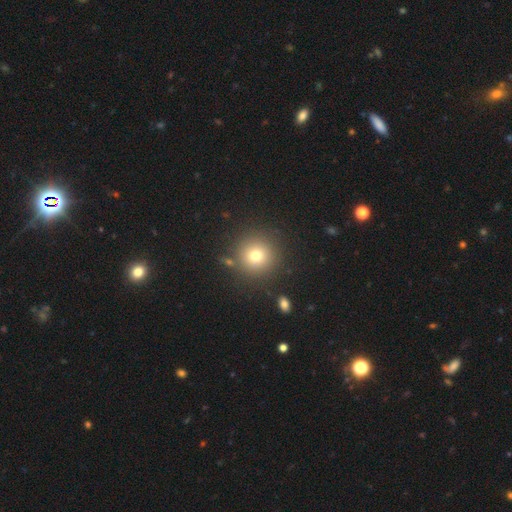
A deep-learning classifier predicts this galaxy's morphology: smooth 75%, star or artifact 14%, featured or disk 11%. Down the decision tree: how rounded — round (95%); merging — none (85%).